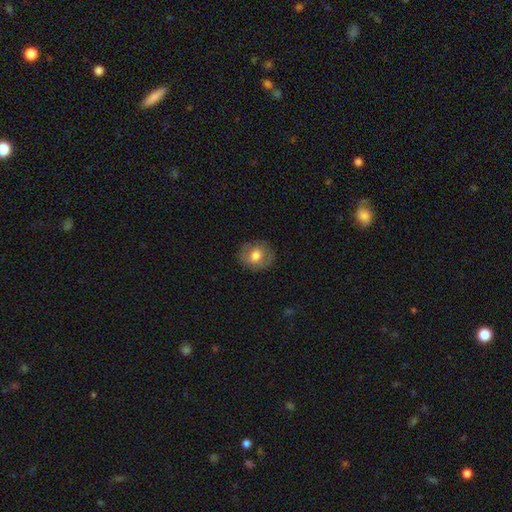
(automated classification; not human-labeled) A smooth galaxy with no disk features (68%) that is round (71%).

Vote fractions:
- Smooth or featured? smooth: 68% / featured or disk: 24% / star or artifact: 8%
- How rounded? round: 71% / in between: 28% / cigar-shaped: 1%
- Merging? none: 83% / minor disturbance: 12% / major disturbance: 4% / merger: 1%